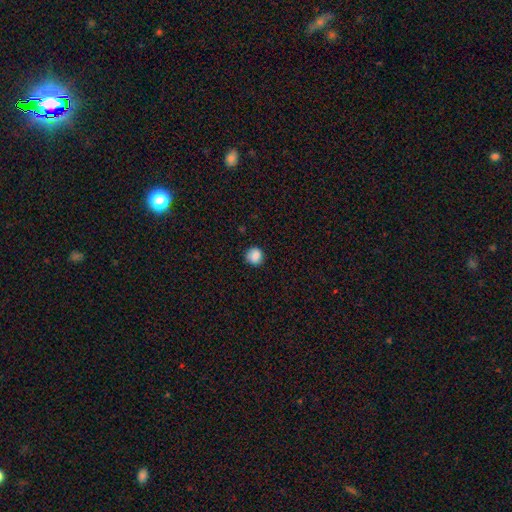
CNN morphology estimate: Smooth or featured? smooth (86%)
How rounded? round (92%)
Merging? none (85%)